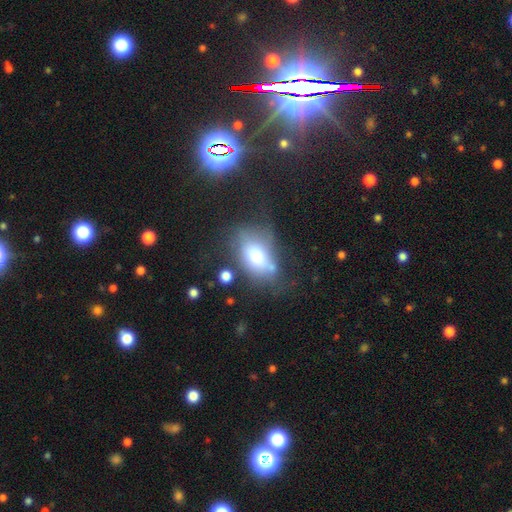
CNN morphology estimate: Overall: smooth (66%). How rounded: in between (83%). Merging: none (43%; minor disturbance 26%).